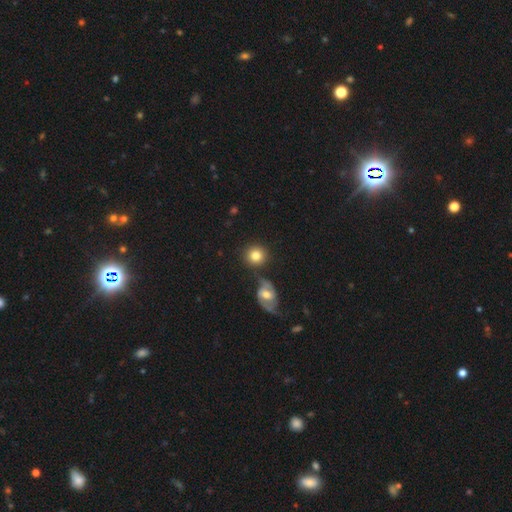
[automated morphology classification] A smooth galaxy with no disk features (79%) that is round (90%). Merging: none (72%).